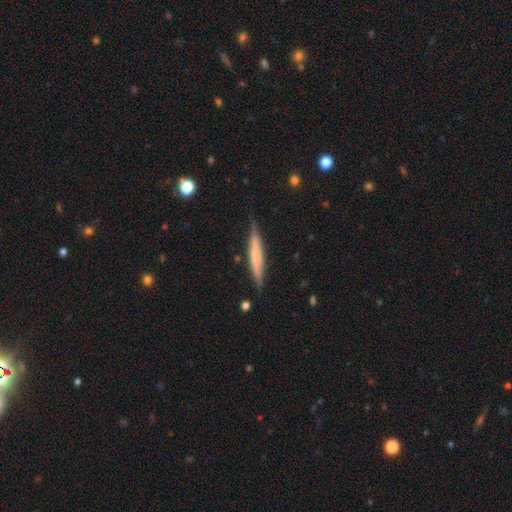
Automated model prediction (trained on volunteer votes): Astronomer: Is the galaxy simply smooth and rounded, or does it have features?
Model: smooth — 50% (runner-up: featured or disk, 44%).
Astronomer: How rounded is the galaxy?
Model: cigar-shaped — 93%.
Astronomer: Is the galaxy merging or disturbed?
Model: none — 84%.